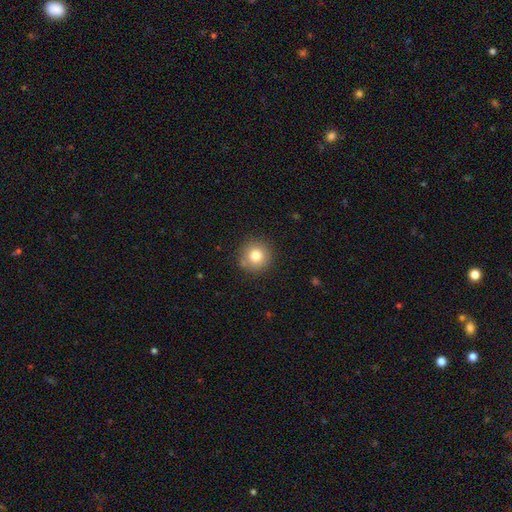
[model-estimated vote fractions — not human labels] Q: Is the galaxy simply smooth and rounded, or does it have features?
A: smooth — 79%.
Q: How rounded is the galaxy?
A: round — 94%.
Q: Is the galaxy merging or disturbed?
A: none — 86%.